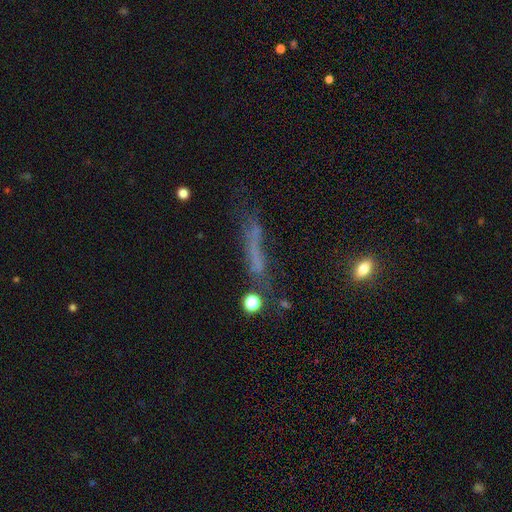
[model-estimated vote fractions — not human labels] Morphology: type=smooth (44%); merging=none (46%).